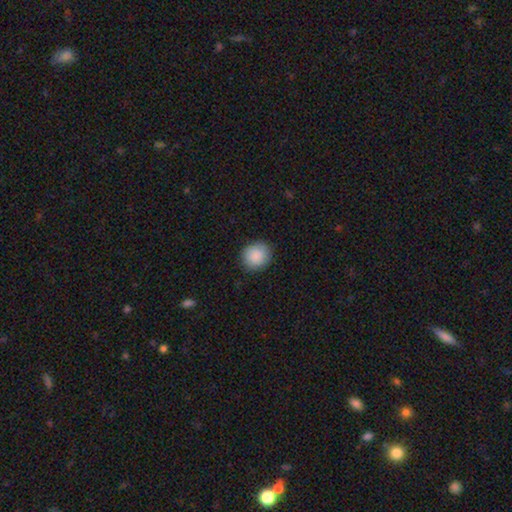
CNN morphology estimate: The model was most divided on "how rounded": round: 83%, in between: 16%, cigar-shaped: 1%. More confident: smooth or featured — smooth (89%); merging — none (87%).